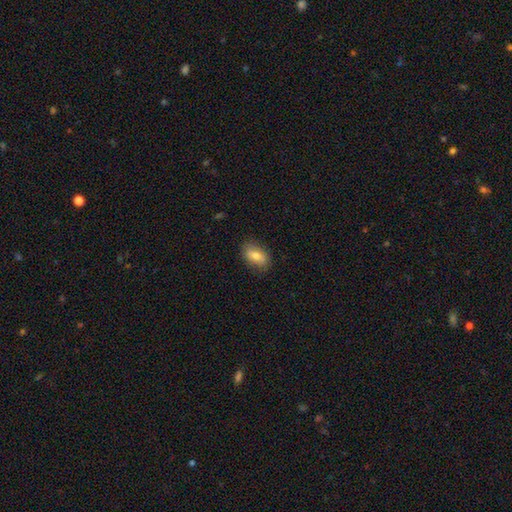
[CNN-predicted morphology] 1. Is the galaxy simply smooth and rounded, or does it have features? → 74% smooth, 19% featured or disk, 7% star or artifact.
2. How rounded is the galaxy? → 89% in between, 7% round, 5% cigar-shaped.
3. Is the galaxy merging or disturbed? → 83% none, 13% minor disturbance, 3% major disturbance, 1% merger.